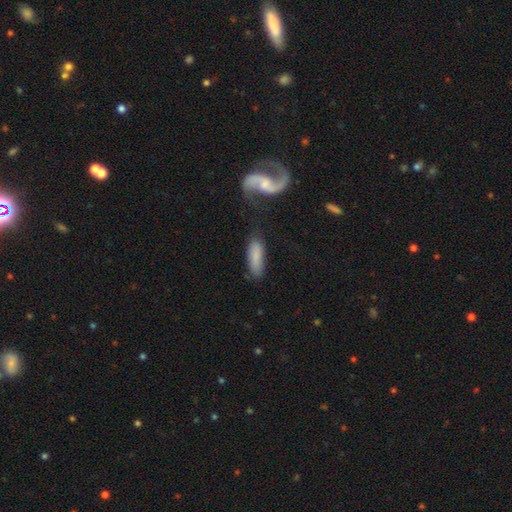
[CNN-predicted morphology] This appears to be a smooth galaxy with no disk features (75%) that is in between round and cigar-shaped (59%). Merging: none (65%).